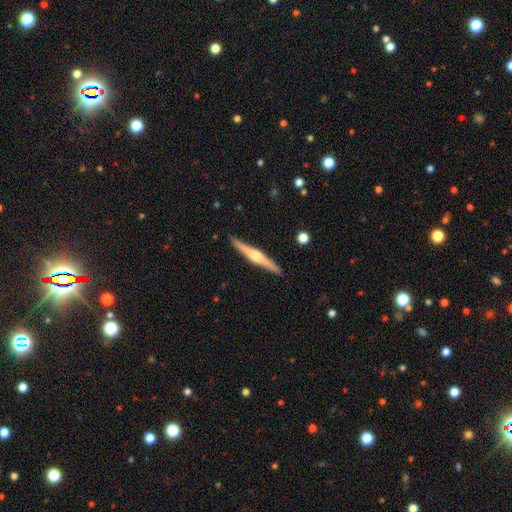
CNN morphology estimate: Q: Smooth or featured?
A: featured or disk (73%); runner-up: smooth (22%)
Q: Edge-on disk?
A: yes (98%); runner-up: no (2%)
Q: Edge-on bulge?
A: rounded (83%); runner-up: boxy (12%)
Q: Merging?
A: none (91%); runner-up: minor disturbance (7%)